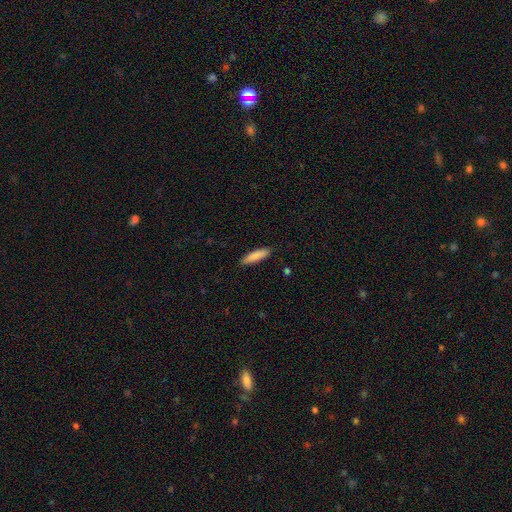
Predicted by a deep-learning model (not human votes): Smooth or featured? smooth (86%)
How rounded? cigar-shaped (72%)
Merging? none (88%)